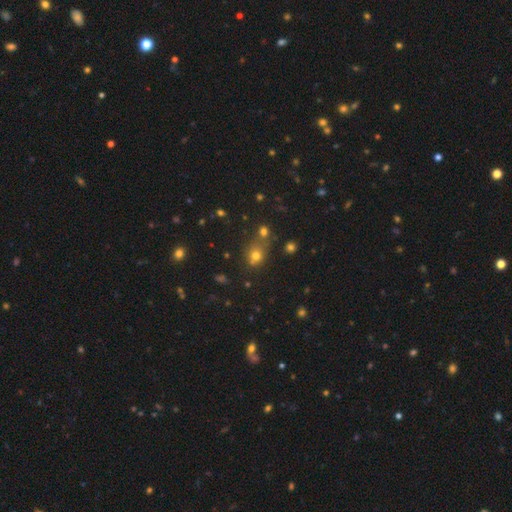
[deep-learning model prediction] smooth-or-featured: smooth: 66% | star or artifact: 24% | featured or disk: 10%
  how-rounded: round: 67% | in between: 31% | cigar-shaped: 1%
  merging: none: 54% | merger: 25% | minor disturbance: 15% | major disturbance: 6%